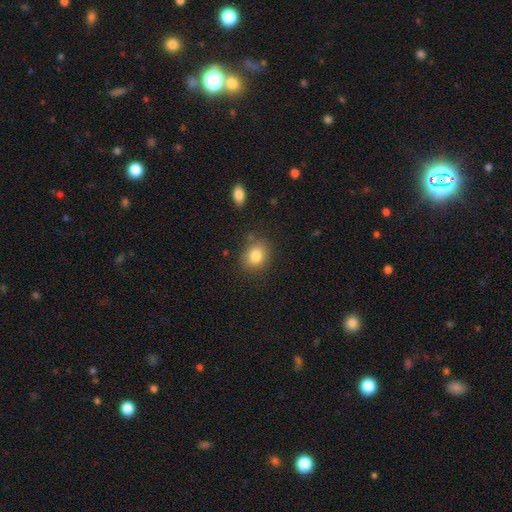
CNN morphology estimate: smooth_or_featured: smooth (p=0.83) [alt: star or artifact p=0.10]
how_rounded: round (p=0.62) [alt: in between p=0.38]
merging: none (p=0.79) [alt: minor disturbance p=0.13]